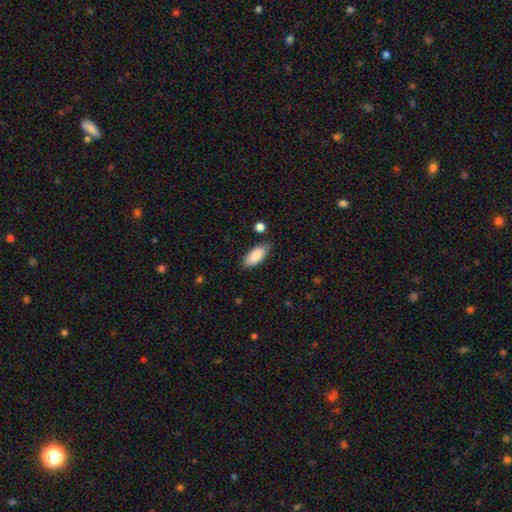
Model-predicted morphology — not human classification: smooth 86%, featured or disk 8%, star or artifact 6%. Down the decision tree: how rounded — in between (86%); merging — none (80%).